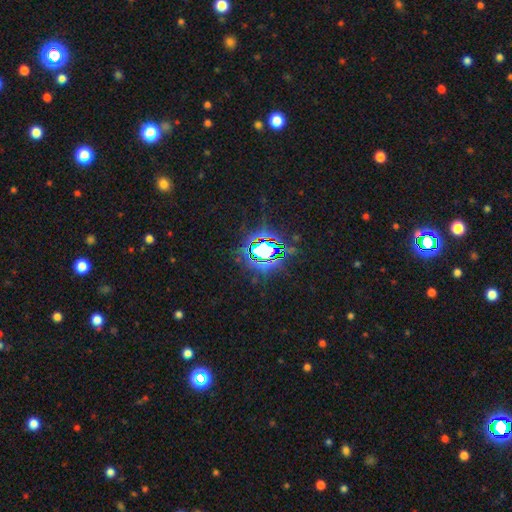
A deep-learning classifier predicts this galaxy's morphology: Overall: star or artifact (82%).